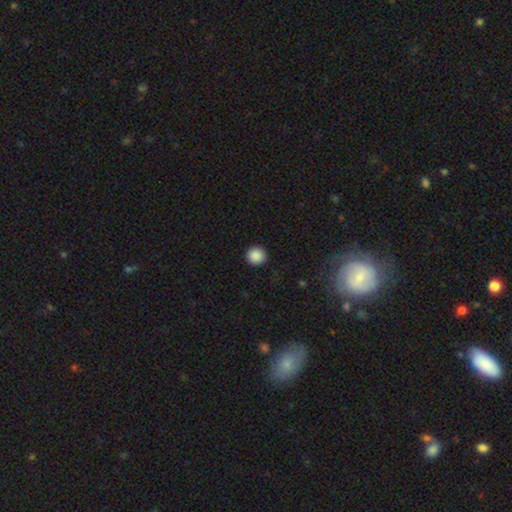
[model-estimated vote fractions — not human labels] This is clearly a smooth galaxy (89%). How rounded: clearly round (94%). Merging: clearly none (92%).